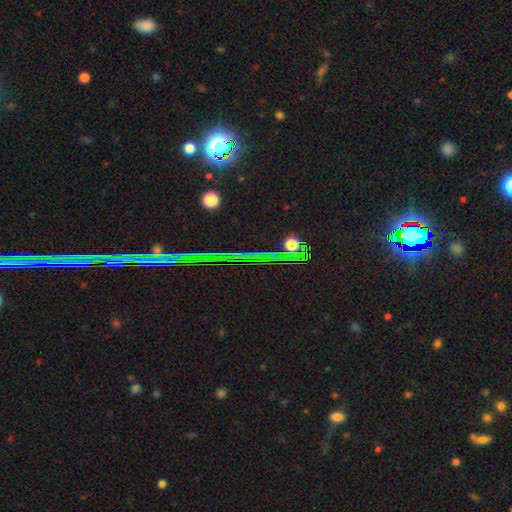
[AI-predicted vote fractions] This is clearly a star or artifact rather than a galaxy (81%).